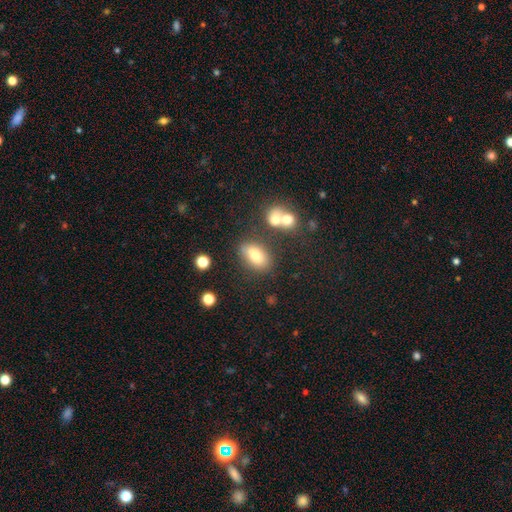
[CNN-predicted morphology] Smooth or featured? Predicted: smooth (p=0.72). How rounded? Predicted: in between (p=0.85). Merging? Predicted: none (p=0.69).